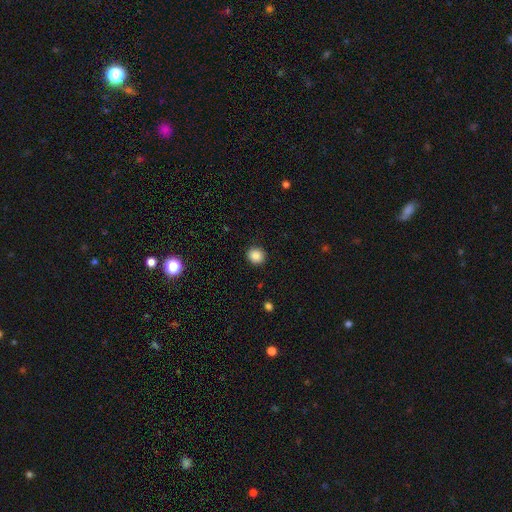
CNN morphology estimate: Smooth or featured? smooth (86%)
How rounded? round (88%)
Merging? none (91%)